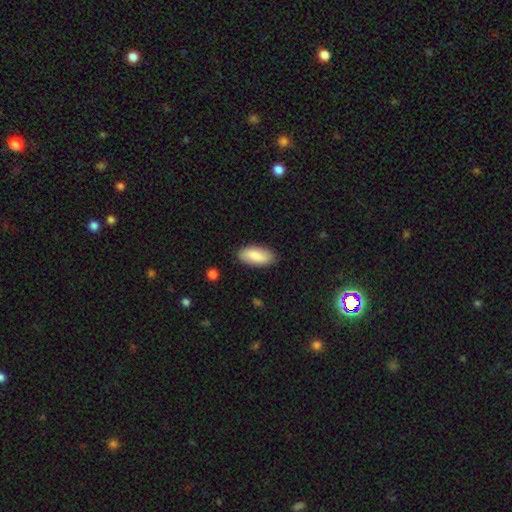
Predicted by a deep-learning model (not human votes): This is clearly a smooth galaxy (86%). How rounded: clearly in between (88%). Merging: clearly none (86%).